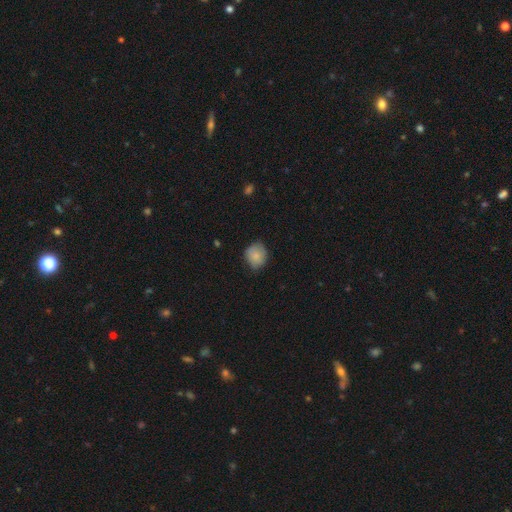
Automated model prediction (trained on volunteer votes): Smooth or featured: smooth — 83% (featured or disk — 9%)
How rounded: round — 70% (in between — 29%)
Merging: none — 68% (minor disturbance — 26%)